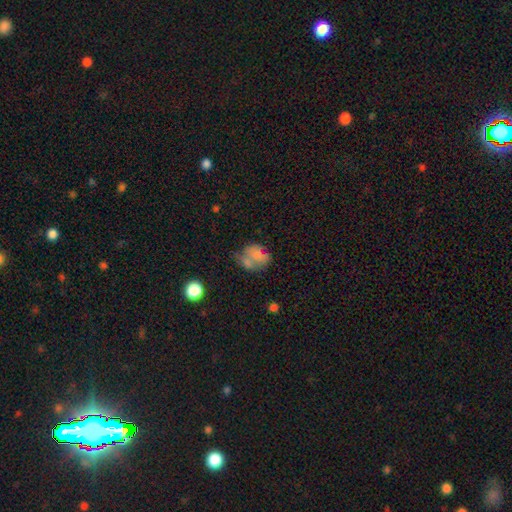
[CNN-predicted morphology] Smooth or featured: smooth — 60% (featured or disk — 28%)
How rounded: in between — 51% (round — 48%)
Merging: none — 34% (merger — 24%)